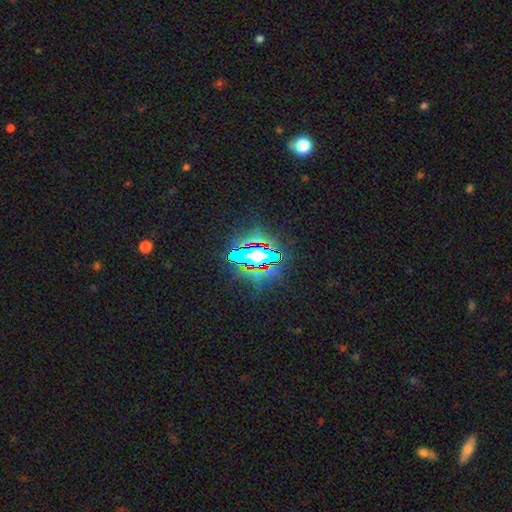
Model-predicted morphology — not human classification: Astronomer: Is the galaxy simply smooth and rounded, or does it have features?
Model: star or artifact — 70%.